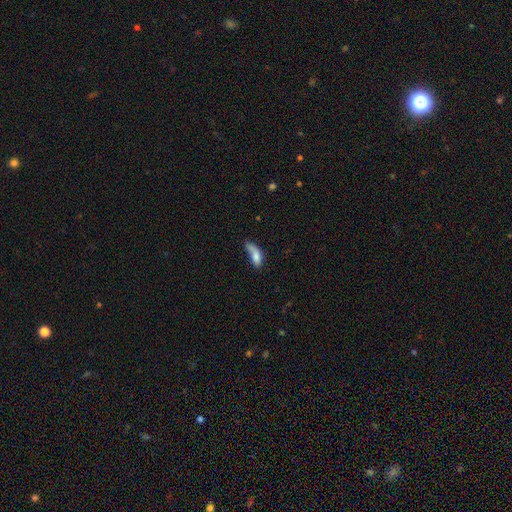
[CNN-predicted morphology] This is likely a smooth galaxy (73%). How rounded: likely in between (71%). Merging: marginally major disturbance (29%).